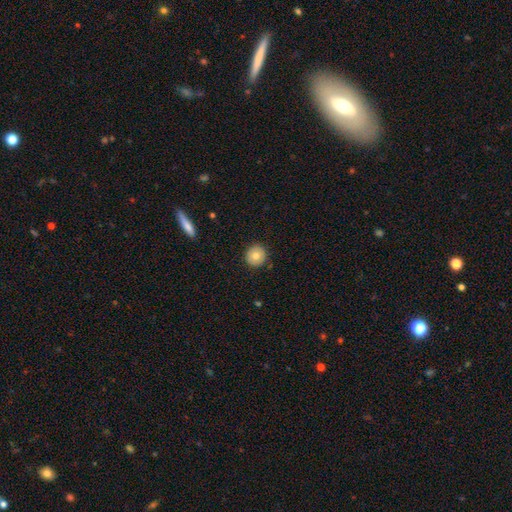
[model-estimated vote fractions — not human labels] A smooth galaxy with no disk features (77%) that is round (92%).

Vote fractions:
- Smooth or featured? smooth: 77% / featured or disk: 14% / star or artifact: 8%
- How rounded? round: 92% / in between: 7% / cigar-shaped: 1%
- Merging? none: 90% / minor disturbance: 7% / major disturbance: 2% / merger: 1%